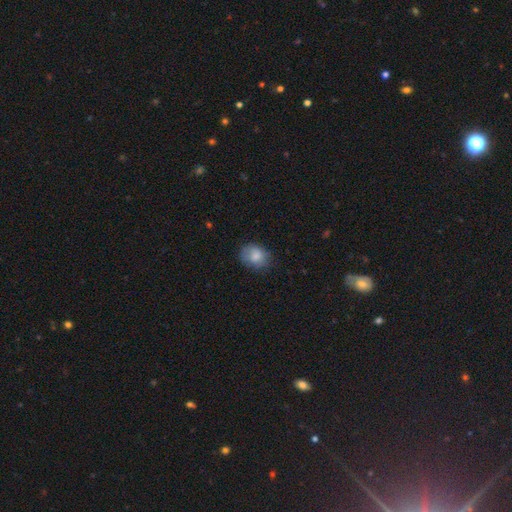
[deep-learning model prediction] smooth-or-featured: smooth: 79% | featured or disk: 13% | star or artifact: 8%
  how-rounded: in between: 51% | round: 48% | cigar-shaped: 1%
  merging: none: 66% | minor disturbance: 25% | major disturbance: 8% | merger: 1%